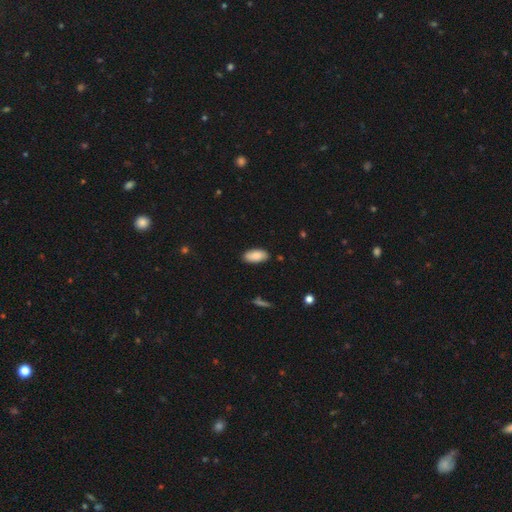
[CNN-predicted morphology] type=smooth (88%); roundness=in between (91%); merging=none (87%).